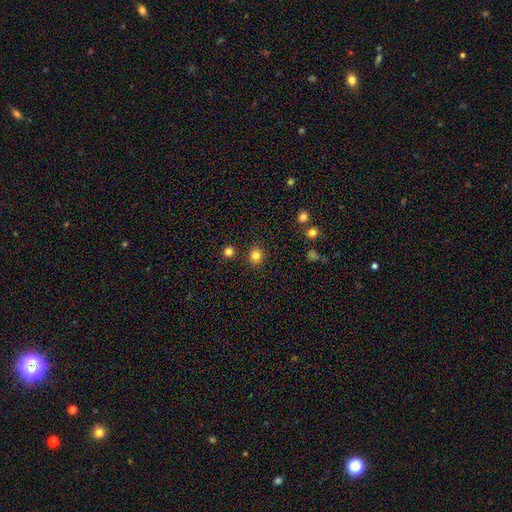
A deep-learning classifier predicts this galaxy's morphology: This is clearly a smooth galaxy (82%). How rounded: likely round (80%). Merging: clearly none (88%).